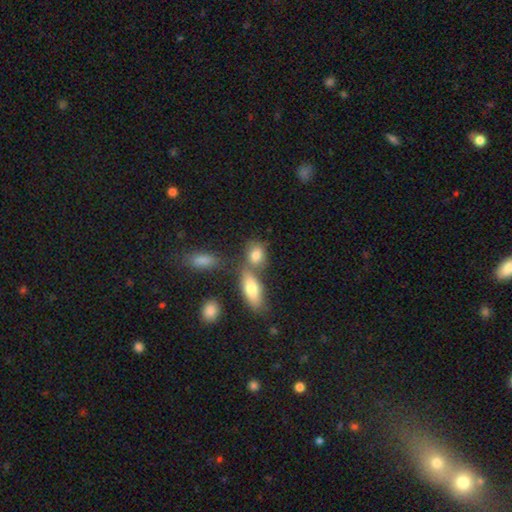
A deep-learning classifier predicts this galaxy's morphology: type=smooth (80%); roundness=in between (69%); merging=none (48%).